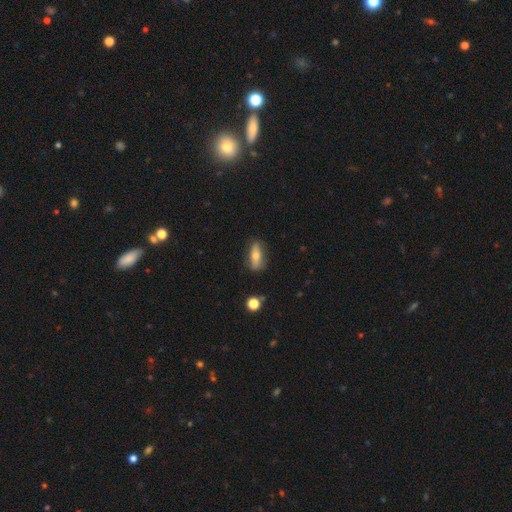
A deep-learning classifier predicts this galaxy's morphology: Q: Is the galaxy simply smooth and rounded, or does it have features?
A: smooth — 61%.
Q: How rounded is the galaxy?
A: in between — 61%.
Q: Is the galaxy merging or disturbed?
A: none — 79%.